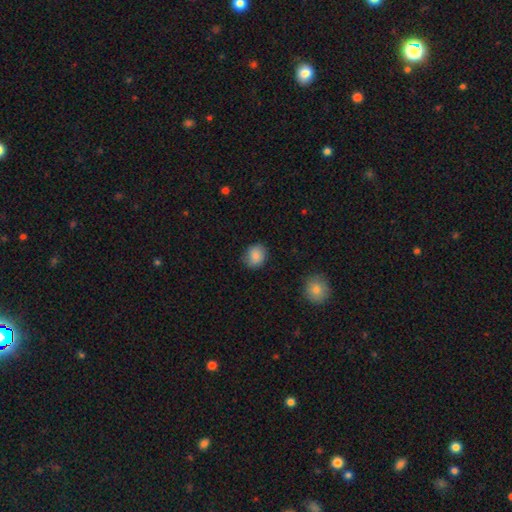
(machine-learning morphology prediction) smooth 85%, star or artifact 8%, featured or disk 6%. Down the decision tree: how rounded — round (66%); merging — none (82%).